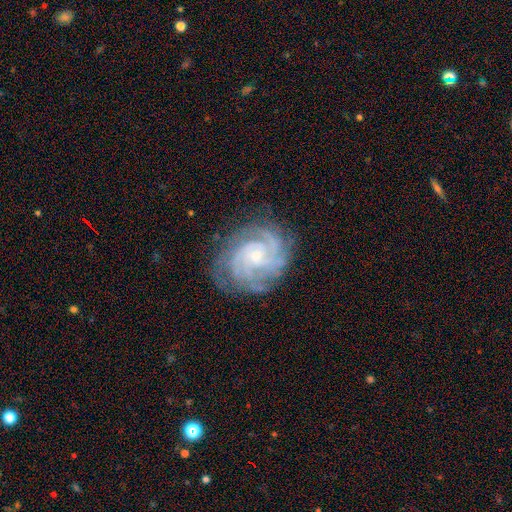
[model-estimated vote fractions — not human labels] Overall: featured or disk (89%). Edge-on disk: no (98%). Bar: no (67%). Spiral arms: yes (98%). Spiral arm count: 3 (26%; 4 24%). Spiral winding: tight (74%). Bulge size: small (70%). Merging: none (77%).